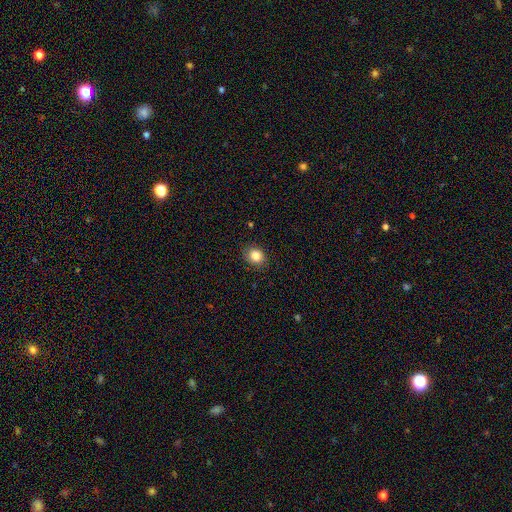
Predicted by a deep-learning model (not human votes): smooth 85%, star or artifact 10%, featured or disk 5%. Down the decision tree: how rounded — round (62%); merging — none (86%).